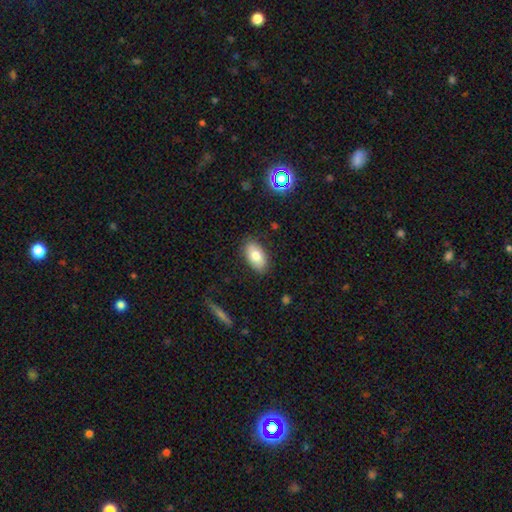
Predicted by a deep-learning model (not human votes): Smooth or featured? smooth (78%)
How rounded? in between (92%)
Merging? none (86%)